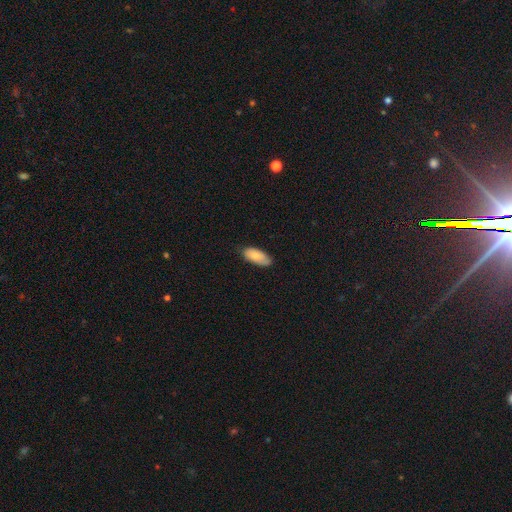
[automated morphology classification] Smooth or featured? smooth (79%)
How rounded? in between (89%)
Merging? none (78%)